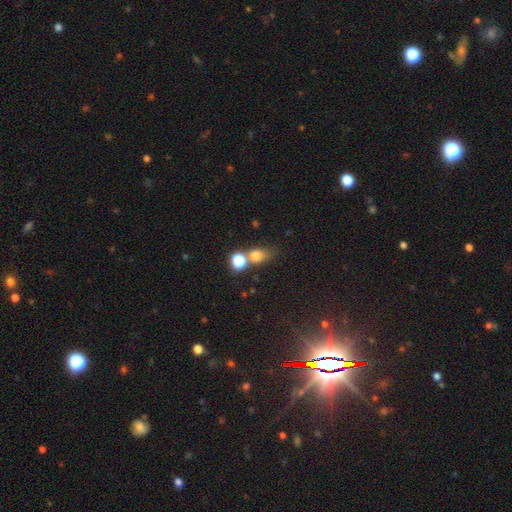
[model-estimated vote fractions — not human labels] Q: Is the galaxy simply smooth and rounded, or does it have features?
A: smooth — 72%.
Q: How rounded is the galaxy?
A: round — 54%.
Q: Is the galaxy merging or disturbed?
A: none — 44%.